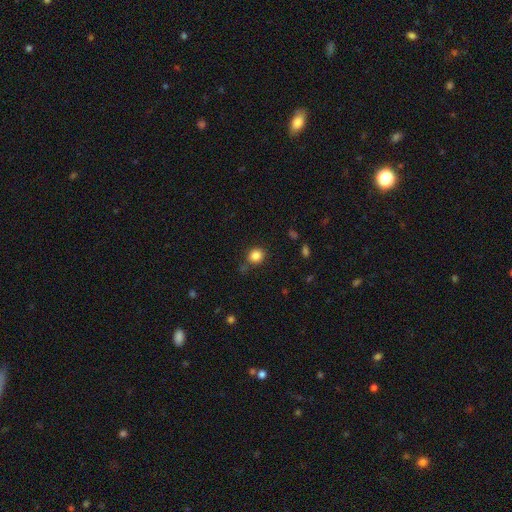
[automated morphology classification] This appears to be a smooth galaxy with no disk features (84%) that is round (85%). Merging: none (81%).